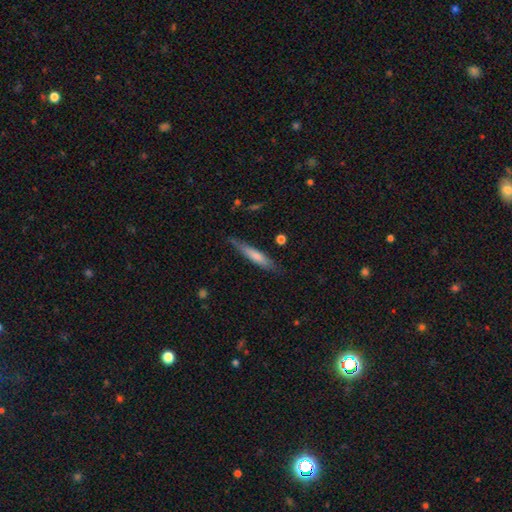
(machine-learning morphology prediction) smooth 66%, featured or disk 28%, star or artifact 6%. Down the decision tree: how rounded — cigar-shaped (88%); merging — none (75%).